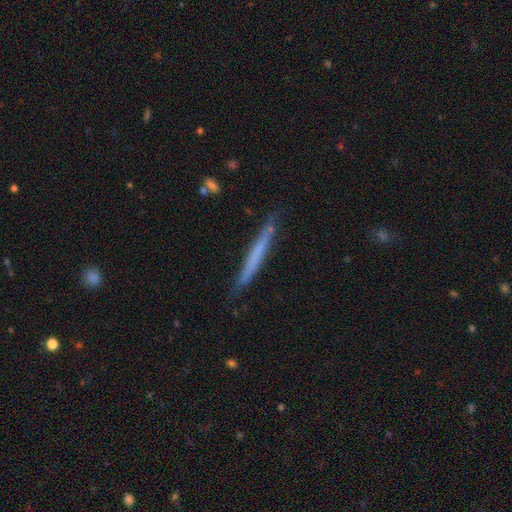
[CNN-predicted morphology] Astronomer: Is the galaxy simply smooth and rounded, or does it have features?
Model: smooth — 55% (runner-up: featured or disk, 40%).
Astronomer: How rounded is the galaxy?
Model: cigar-shaped — 97%.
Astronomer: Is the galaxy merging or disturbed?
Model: none — 84%.